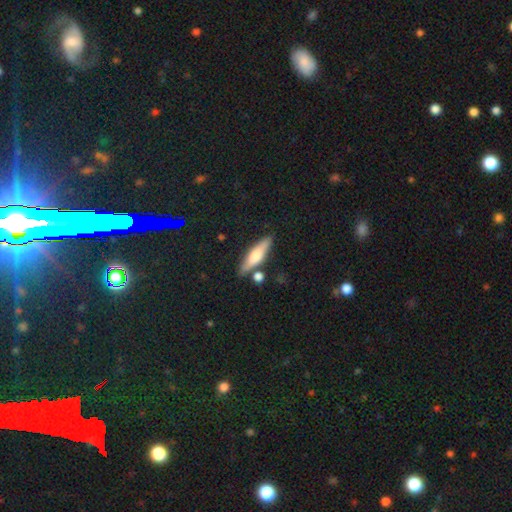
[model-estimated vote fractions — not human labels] Smooth or featured?
  - smooth: 55% *
  - featured or disk: 38%
  - star or artifact: 7%
How rounded?
  - cigar-shaped: 67% *
  - in between: 30%
  - round: 3%
Merging?
  - none: 77% *
  - minor disturbance: 11%
  - merger: 8%
  - major disturbance: 3%